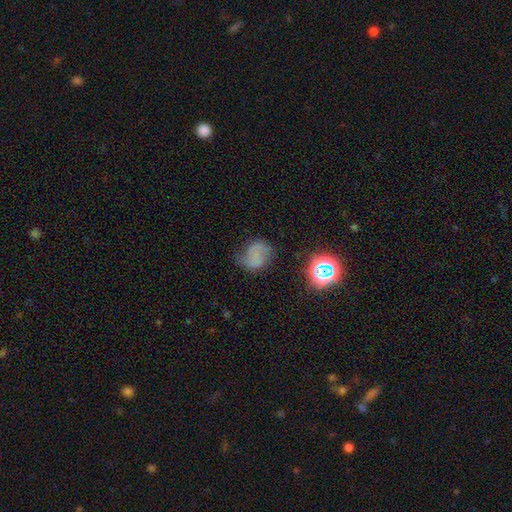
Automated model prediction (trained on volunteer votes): This is marginally a smooth galaxy (45%). Merging: possibly none (58%).